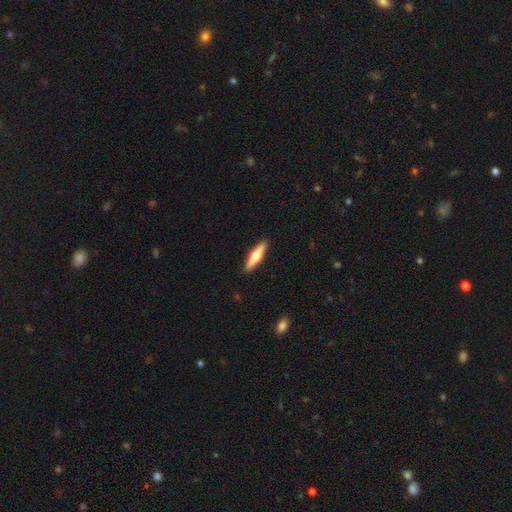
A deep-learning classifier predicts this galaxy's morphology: smooth 48%, featured or disk 47%, star or artifact 5%. Down the decision tree: merging — none (91%).